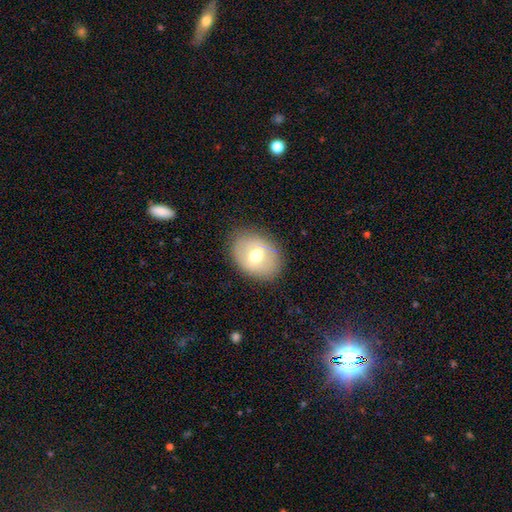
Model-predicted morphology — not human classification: smooth 53%, featured or disk 39%, star or artifact 9%. Down the decision tree: how rounded — in between (64%); merging — none (80%).